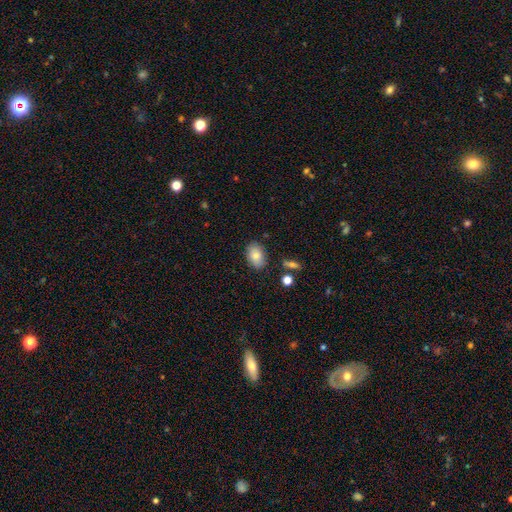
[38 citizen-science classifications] A smooth galaxy with no disk features (79%) that is in between round and cigar-shaped (83%). Merging: none (94%).